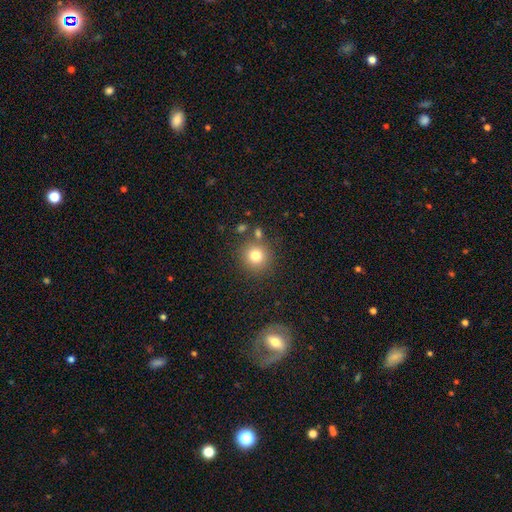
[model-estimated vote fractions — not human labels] A smooth galaxy with no disk features (80%) that is round (92%).

Vote fractions:
- Smooth or featured? smooth: 80% / star or artifact: 12% / featured or disk: 8%
- How rounded? round: 92% / in between: 7% / cigar-shaped: 1%
- Merging? none: 80% / minor disturbance: 9% / merger: 7% / major disturbance: 3%